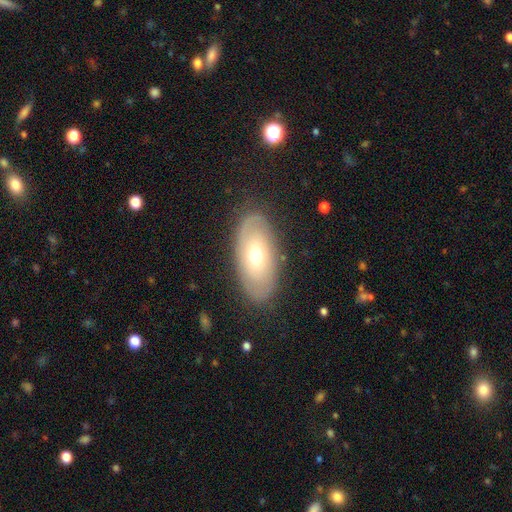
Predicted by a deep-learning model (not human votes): Smooth or featured?
  - featured or disk: 49% *
  - smooth: 44%
  - star or artifact: 7%
Merging?
  - none: 83% *
  - minor disturbance: 12%
  - major disturbance: 4%
  - merger: 1%